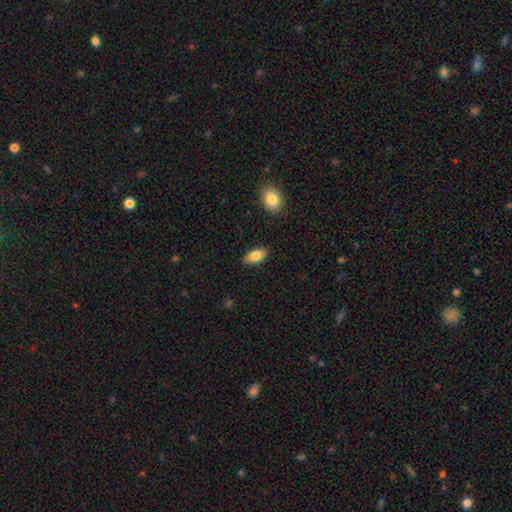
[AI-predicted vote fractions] Smooth or featured? Predicted: smooth (p=0.82). How rounded? Predicted: in between (p=0.92). Merging? Predicted: none (p=0.87).